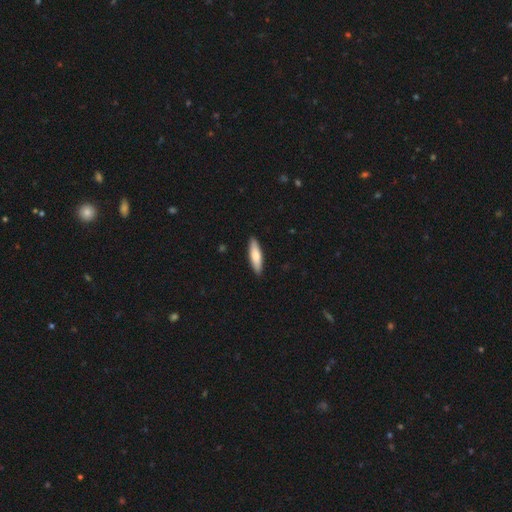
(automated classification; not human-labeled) Smooth or featured: smooth — 73% (featured or disk — 22%)
How rounded: cigar-shaped — 65% (in between — 34%)
Merging: none — 90% (minor disturbance — 7%)